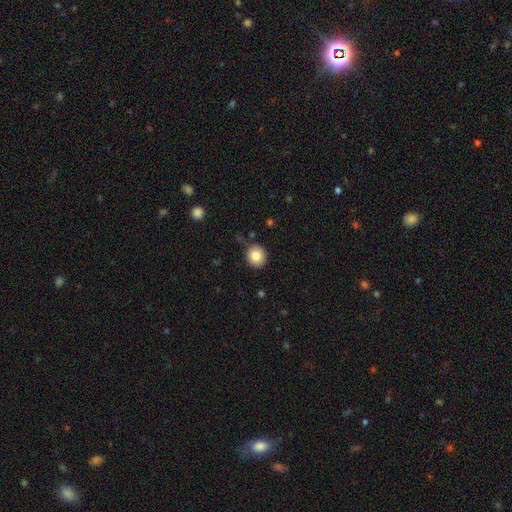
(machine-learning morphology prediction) The model was most divided on "smooth or featured": smooth: 83%, star or artifact: 10%, featured or disk: 8%. More confident: how rounded — round (88%); merging — none (87%).